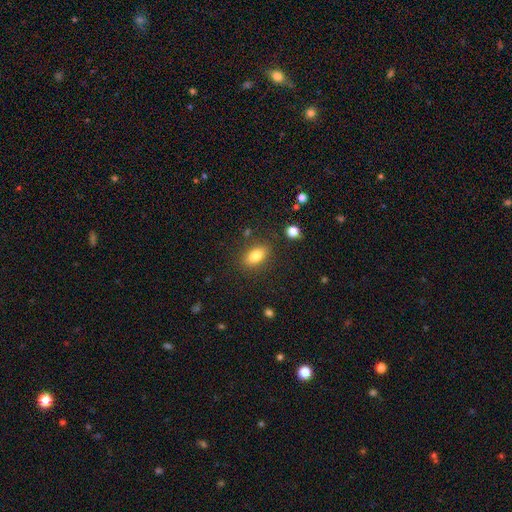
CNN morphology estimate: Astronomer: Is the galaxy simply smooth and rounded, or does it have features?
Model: smooth — 82%.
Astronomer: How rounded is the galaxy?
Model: in between — 87%.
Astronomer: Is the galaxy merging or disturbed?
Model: none — 84%.